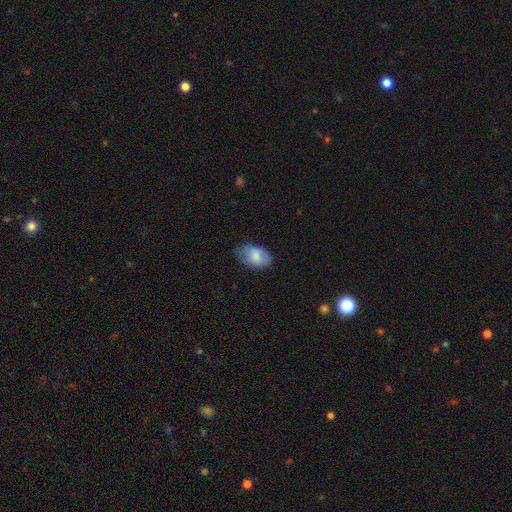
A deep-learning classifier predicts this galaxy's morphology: Smooth or featured? Predicted: smooth (p=0.80). How rounded? Predicted: in between (p=0.92). Merging? Predicted: none (p=0.66).